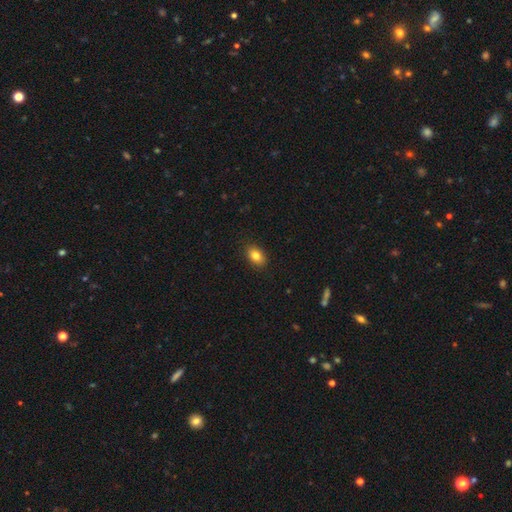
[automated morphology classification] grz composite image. It shows a smooth galaxy with no disk features (83%) that is in between round and cigar-shaped (83%). Merging: none (89%).